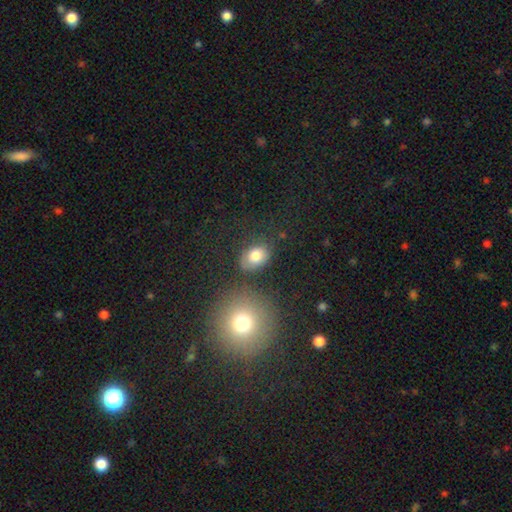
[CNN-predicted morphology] Smooth or featured? smooth (79%)
How rounded? in between (66%)
Merging? none (72%)